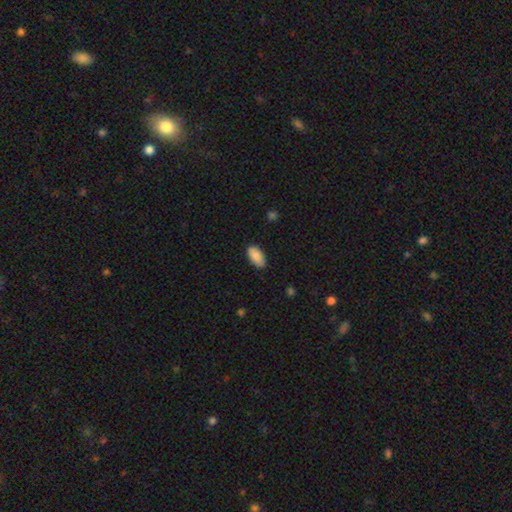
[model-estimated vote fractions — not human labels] A smooth galaxy with no disk features (89%) that is in between round and cigar-shaped (94%).

Vote fractions:
- Smooth or featured? smooth: 89% / star or artifact: 6% / featured or disk: 4%
- How rounded? in between: 94% / cigar-shaped: 4% / round: 2%
- Merging? none: 81% / minor disturbance: 15% / major disturbance: 2% / merger: 1%